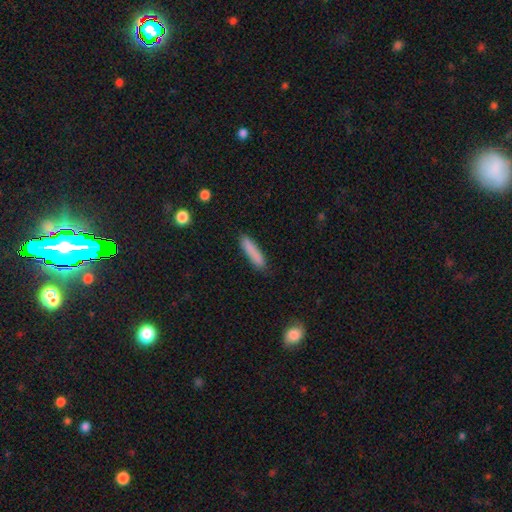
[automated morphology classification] Overall: smooth (85%). How rounded: cigar-shaped (84%). Merging: none (86%).